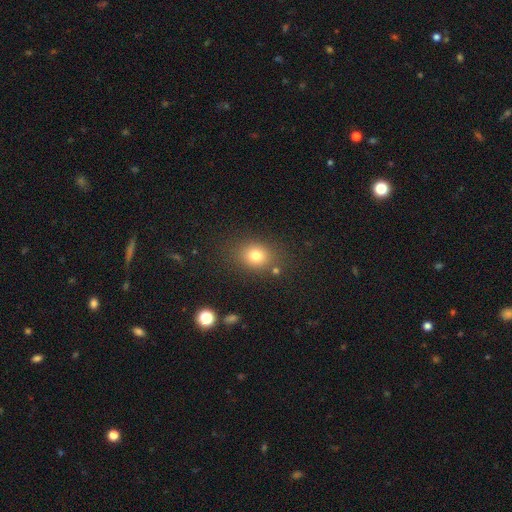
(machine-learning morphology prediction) This appears to be a smooth galaxy with no disk features (78%) that is round (53%). Merging: none (79%).